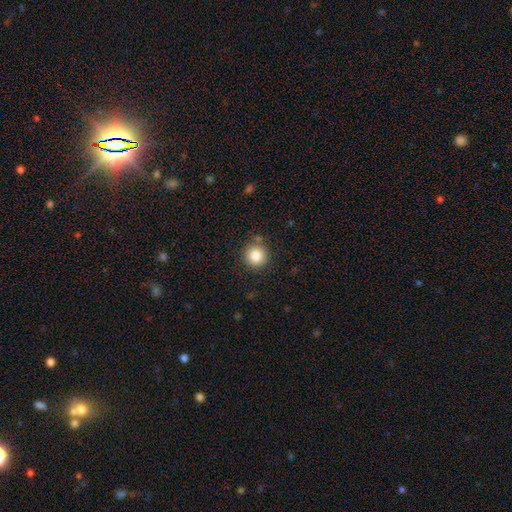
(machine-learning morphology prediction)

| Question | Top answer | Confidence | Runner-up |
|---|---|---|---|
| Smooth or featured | smooth | 83% | star or artifact (10%) |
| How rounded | round | 95% | in between (4%) |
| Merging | none | 86% | minor disturbance (8%) |